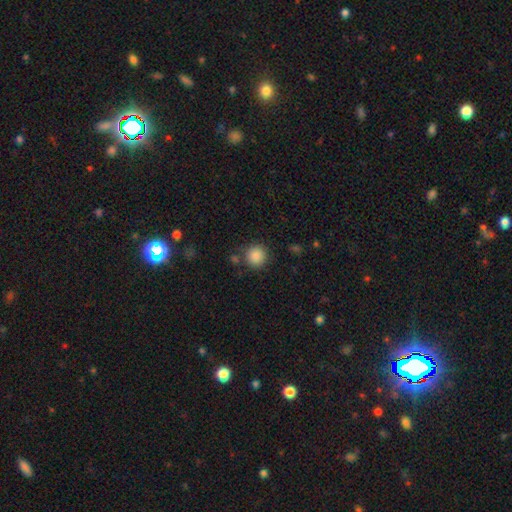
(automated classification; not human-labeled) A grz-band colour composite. It shows a smooth galaxy with no disk features (87%) that is round (93%). Merging: none (82%).